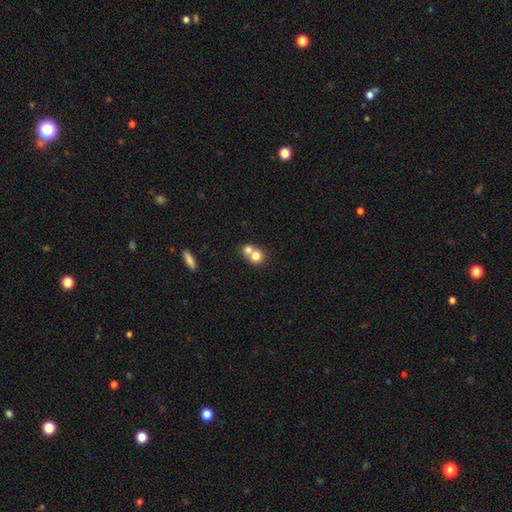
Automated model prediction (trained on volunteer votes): smooth-or-featured: smooth: 76% | featured or disk: 15% | star or artifact: 10%
  how-rounded: round: 79% | in between: 20% | cigar-shaped: 1%
  merging: merger: 64% | none: 30% | minor disturbance: 5% | major disturbance: 2%